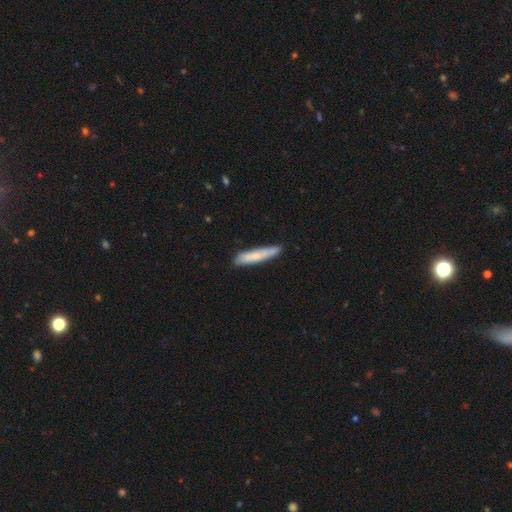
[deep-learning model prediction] A smooth galaxy with no disk features (68%) that is cigar-shaped (90%).

Vote fractions:
- Smooth or featured? smooth: 68% / featured or disk: 27% / star or artifact: 6%
- How rounded? cigar-shaped: 90% / in between: 8% / round: 1%
- Merging? none: 78% / minor disturbance: 17% / major disturbance: 3% / merger: 2%